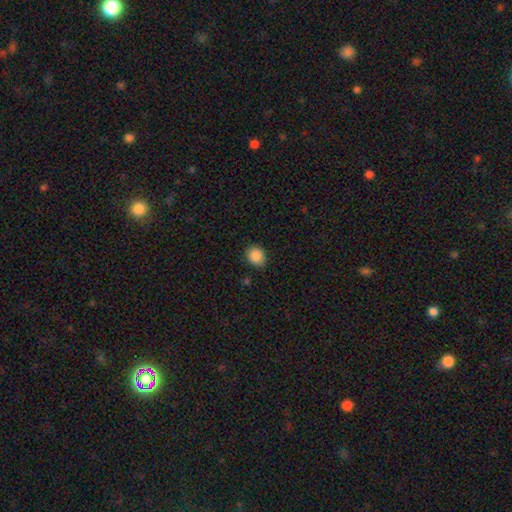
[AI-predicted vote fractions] This is clearly a smooth galaxy (87%). How rounded: possibly round (60%). Merging: clearly none (85%).